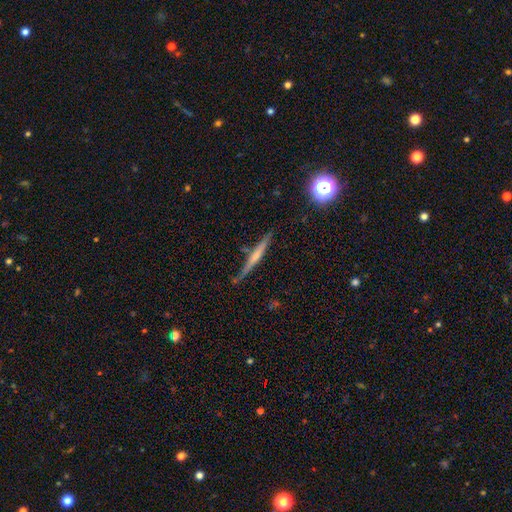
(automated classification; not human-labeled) This appears to be a featured or disk galaxy (57%) viewed edge-on (96%) with a rounded central bulge (47%). Merging: none (74%).